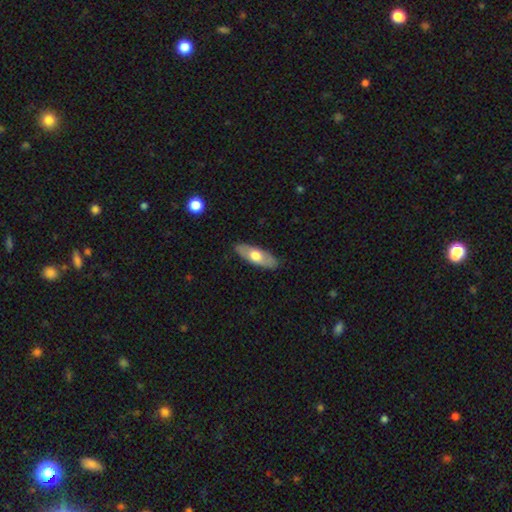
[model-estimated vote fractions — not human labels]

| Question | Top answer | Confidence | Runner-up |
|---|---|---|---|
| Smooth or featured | smooth | 57% | featured or disk (38%) |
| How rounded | in between | 67% | cigar-shaped (30%) |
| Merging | none | 86% | minor disturbance (10%) |